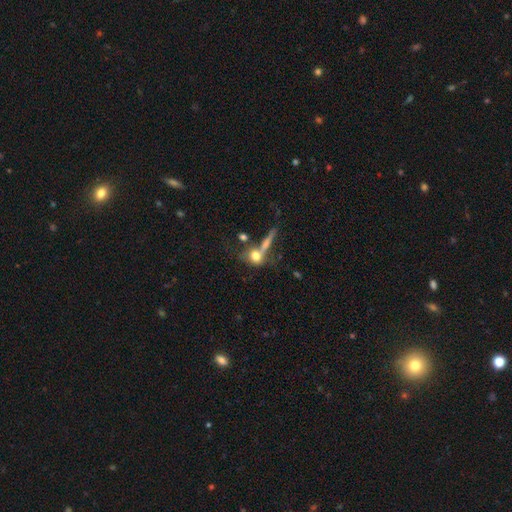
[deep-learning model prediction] The model was most divided on "merging": none: 39%, merger: 35%, minor disturbance: 13%, major disturbance: 13%. More confident: smooth or featured — smooth (67%); how rounded — round (53%).